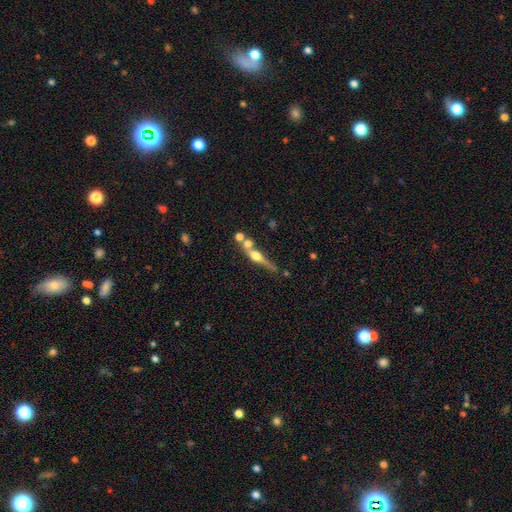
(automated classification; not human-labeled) A featured or disk galaxy (60%) viewed edge-on (85%) with a rounded central bulge (92%).

Vote fractions:
- Smooth or featured? featured or disk: 60% / smooth: 31% / star or artifact: 9%
- Edge-on disk? yes: 85% / no: 15%
- Edge-on bulge? rounded: 92% / boxy: 4% / none: 3%
- Merging? none: 47% / merger: 32% / minor disturbance: 13% / major disturbance: 8%